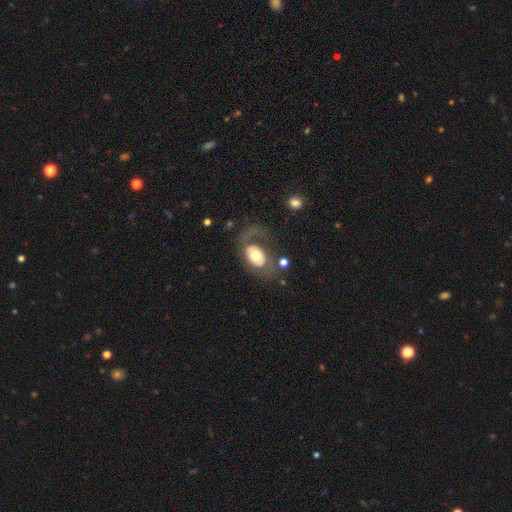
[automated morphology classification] Smooth or featured?
  - featured or disk: 48% *
  - smooth: 45%
  - star or artifact: 8%
Merging?
  - none: 39% *
  - major disturbance: 37%
  - minor disturbance: 19%
  - merger: 5%